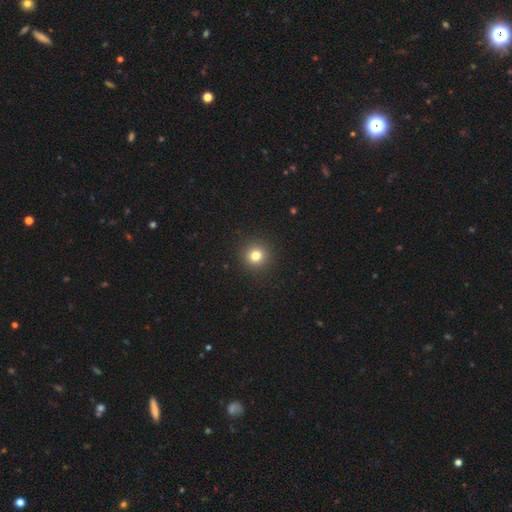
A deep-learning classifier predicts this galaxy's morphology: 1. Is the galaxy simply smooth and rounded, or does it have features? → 79% smooth, 14% star or artifact, 7% featured or disk.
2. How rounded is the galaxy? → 95% round, 4% in between, 1% cigar-shaped.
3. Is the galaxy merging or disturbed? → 92% none, 5% minor disturbance, 2% major disturbance, 1% merger.